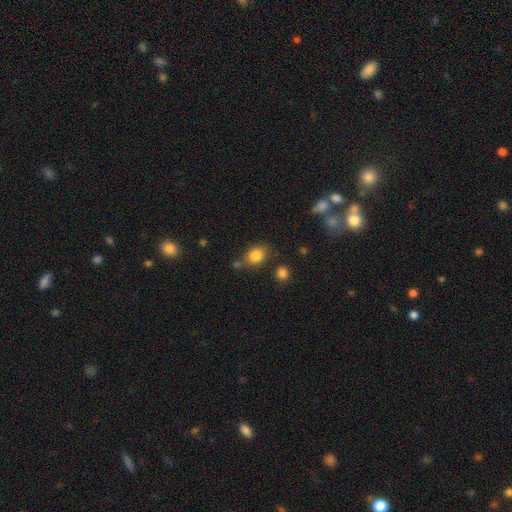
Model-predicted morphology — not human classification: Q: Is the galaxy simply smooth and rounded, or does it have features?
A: smooth — 83%.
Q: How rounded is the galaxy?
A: in between — 58%.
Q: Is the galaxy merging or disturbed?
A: none — 66%.